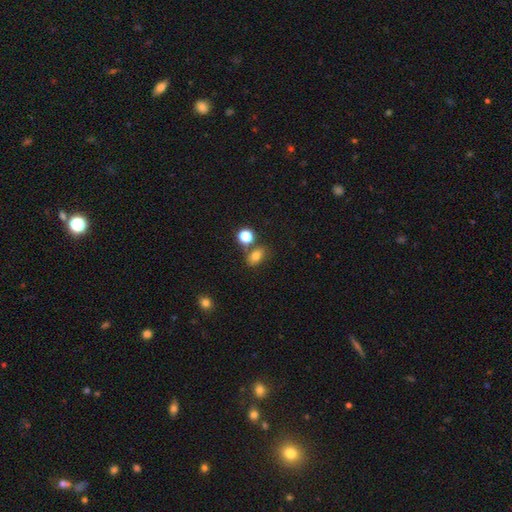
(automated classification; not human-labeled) Overall: smooth (76%). How rounded: in between (73%). Merging: none (67%).